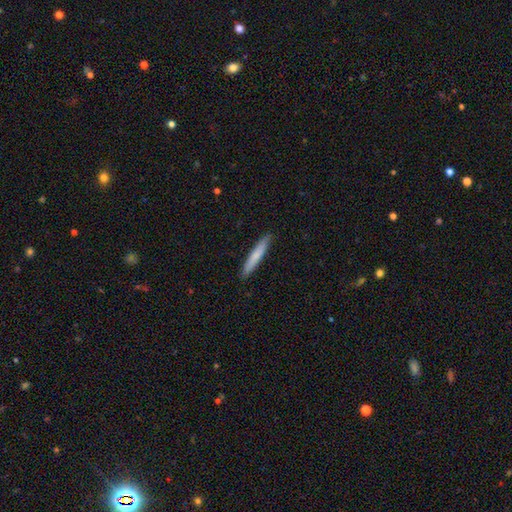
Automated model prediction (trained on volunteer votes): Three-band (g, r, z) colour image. It shows a smooth galaxy with no disk features (72%) that is cigar-shaped (95%). Merging: none (91%).